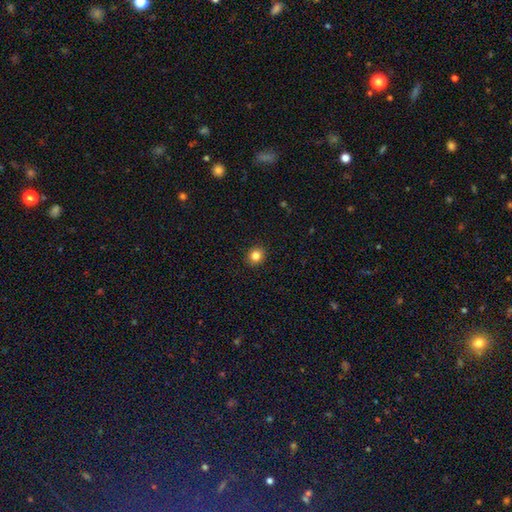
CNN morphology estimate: A smooth galaxy with no disk features (83%) that is round (83%). Merging: none (92%).